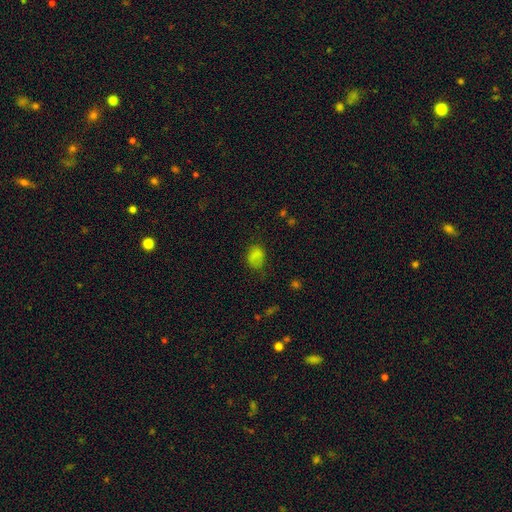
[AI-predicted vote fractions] This is likely a smooth galaxy (76%). How rounded: likely in between (68%). Merging: possibly none (60%).